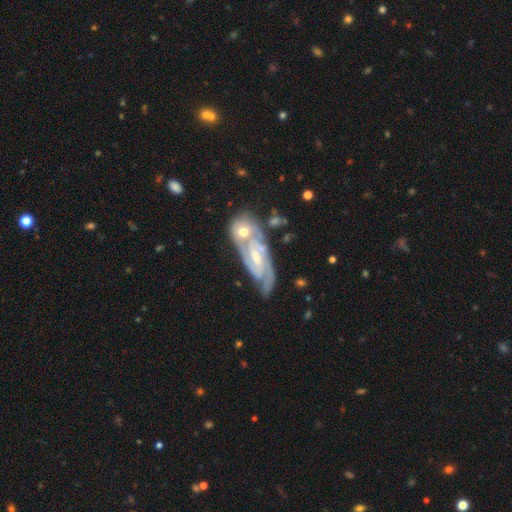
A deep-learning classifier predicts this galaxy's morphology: Q: Smooth or featured?
A: featured or disk (87%); runner-up: smooth (8%)
Q: Edge-on disk?
A: no (93%); runner-up: yes (7%)
Q: Bar?
A: weak (45%); runner-up: no (35%)
Q: Spiral arms?
A: yes (97%); runner-up: no (3%)
Q: Spiral winding?
A: tight (59%); runner-up: medium (35%)
Q: Spiral arm count?
A: 2 (73%); runner-up: can't tell (11%)
Q: Bulge size?
A: small (51%); runner-up: moderate (40%)
Q: Merging?
A: none (53%); runner-up: merger (26%)